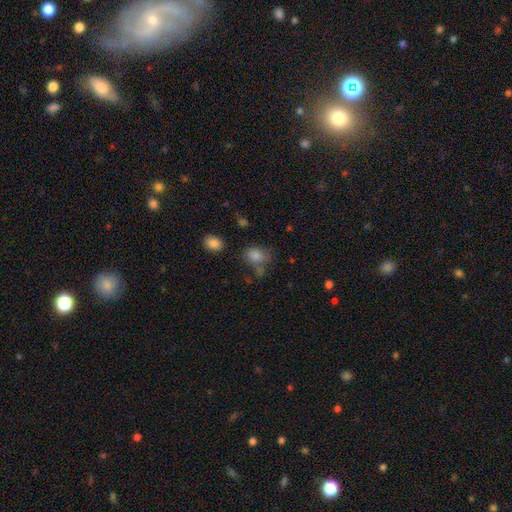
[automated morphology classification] The model was most divided on "how rounded": in between: 65%, round: 34%, cigar-shaped: 1%. More confident: smooth or featured — smooth (79%); merging — none (57%).